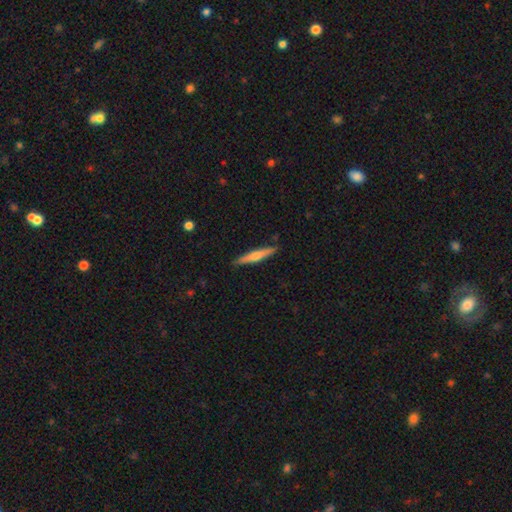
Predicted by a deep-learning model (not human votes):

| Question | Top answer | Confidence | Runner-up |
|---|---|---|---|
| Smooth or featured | featured or disk | 53% | smooth (42%) |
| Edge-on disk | yes | 97% | no (3%) |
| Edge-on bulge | rounded | 76% | none (16%) |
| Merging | none | 90% | minor disturbance (7%) |